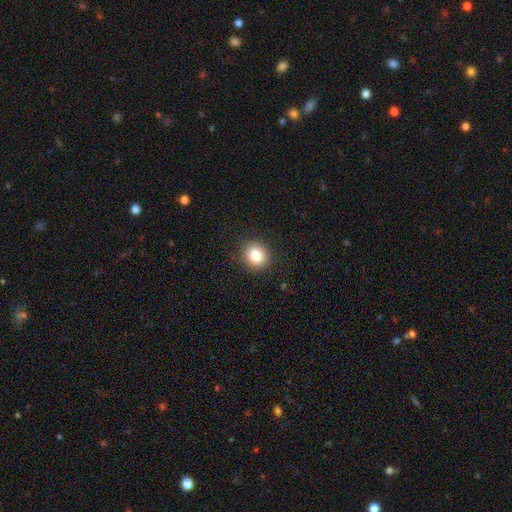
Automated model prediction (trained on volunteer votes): Smooth or featured? Predicted: smooth (p=0.82). How rounded? Predicted: round (p=0.84). Merging? Predicted: none (p=0.90).